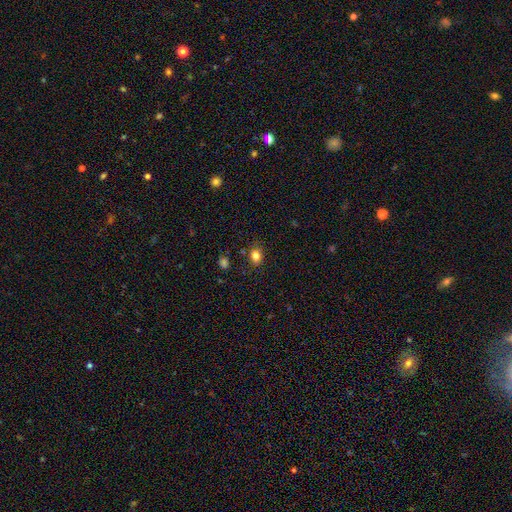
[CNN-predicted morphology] Smooth or featured? Predicted: smooth (p=0.81). How rounded? Predicted: in between (p=0.50). Merging? Predicted: none (p=0.84).